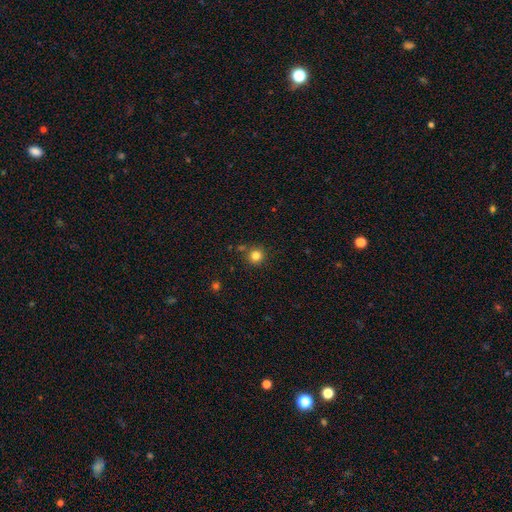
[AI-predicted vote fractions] Smooth or featured?
  - smooth: 82% *
  - star or artifact: 13%
  - featured or disk: 5%
How rounded?
  - round: 94% *
  - in between: 5%
  - cigar-shaped: 1%
Merging?
  - none: 84% *
  - minor disturbance: 8%
  - merger: 6%
  - major disturbance: 2%